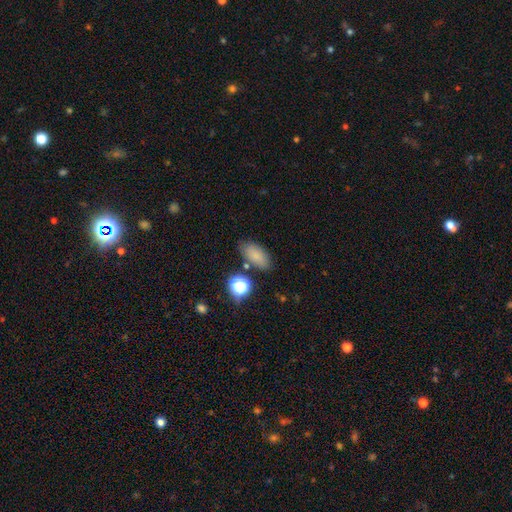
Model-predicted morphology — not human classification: type=smooth (78%); roundness=in between (87%); merging=none (77%).